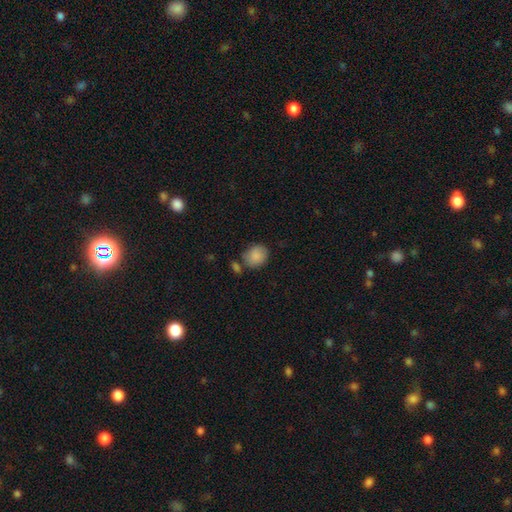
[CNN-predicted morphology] Smooth or featured: smooth — 87% (star or artifact — 7%)
How rounded: round — 65% (in between — 34%)
Merging: none — 66% (minor disturbance — 17%)